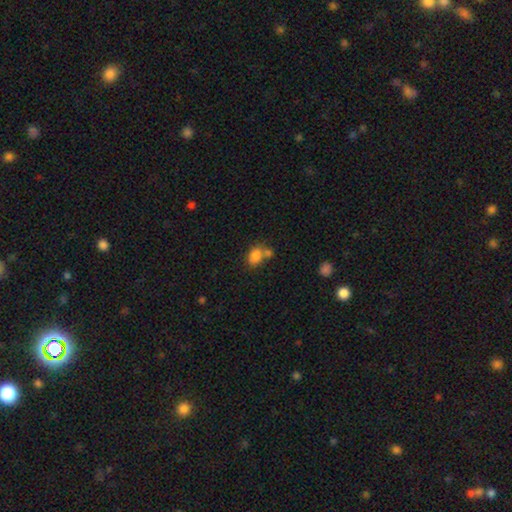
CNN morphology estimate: type=smooth (84%); roundness=in between (74%); merging=none (50%).